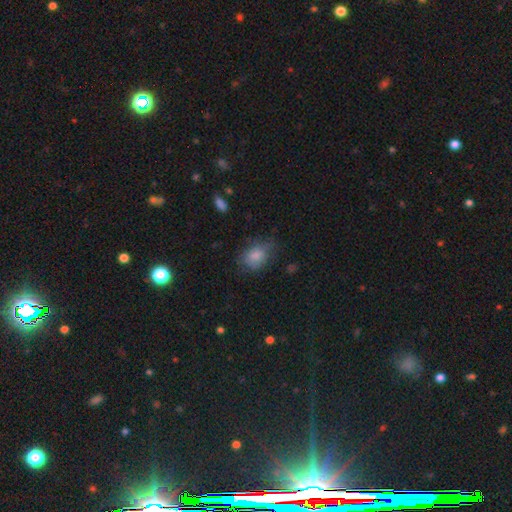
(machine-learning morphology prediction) type=smooth (79%); roundness=in between (65%); merging=none (53%).